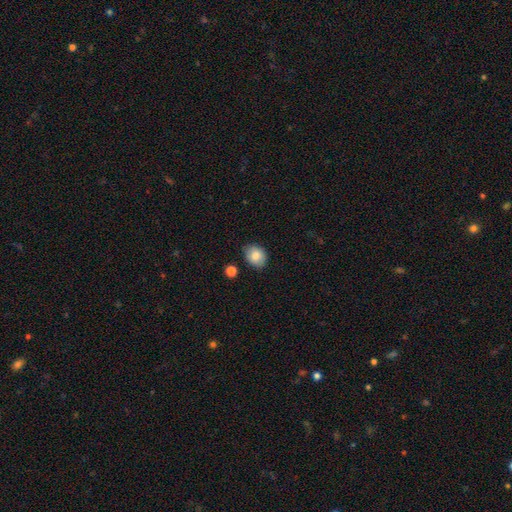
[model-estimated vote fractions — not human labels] smooth 82%, featured or disk 10%, star or artifact 8%. Down the decision tree: how rounded — in between (56%); merging — none (77%).